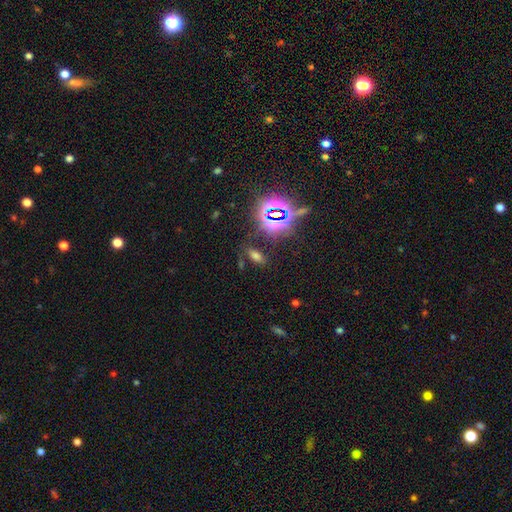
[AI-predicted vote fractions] Overall: smooth (57%; star or artifact 33%). How rounded: in between (81%). Merging: none (79%).